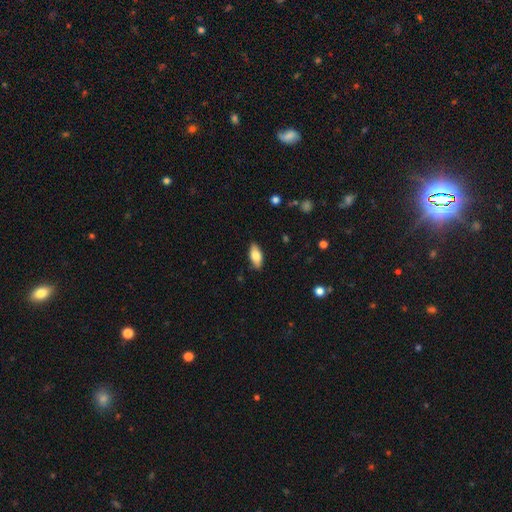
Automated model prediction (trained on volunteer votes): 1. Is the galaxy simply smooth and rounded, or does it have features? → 76% smooth, 17% featured or disk, 6% star or artifact.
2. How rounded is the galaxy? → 86% in between, 11% cigar-shaped, 3% round.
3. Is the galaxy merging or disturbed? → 86% none, 11% minor disturbance, 2% major disturbance, 1% merger.